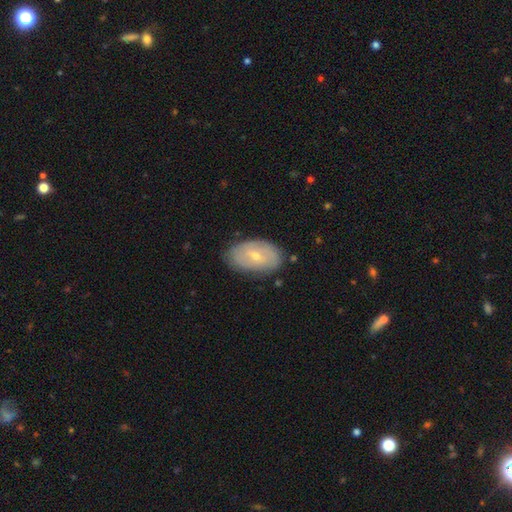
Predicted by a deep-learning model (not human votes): Smooth or featured: featured or disk — 51% (smooth — 42%)
Edge-on disk: no — 91% (yes — 9%)
Merging: none — 78% (minor disturbance — 17%)